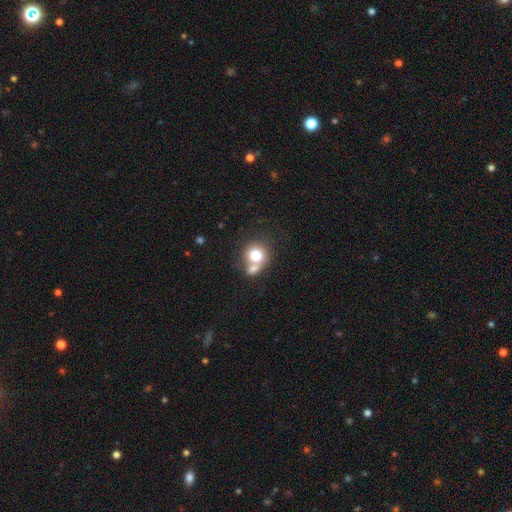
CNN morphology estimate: The model was most divided on "merging": merger: 53%, none: 34%, minor disturbance: 8%, major disturbance: 5%. More confident: how rounded — round (77%); smooth or featured — smooth (75%).